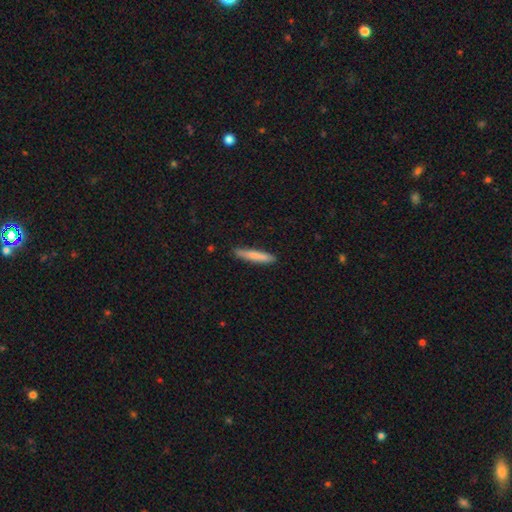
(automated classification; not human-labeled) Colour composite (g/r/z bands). It shows a smooth galaxy with no disk features (74%) that is cigar-shaped (92%). Merging: none (86%).